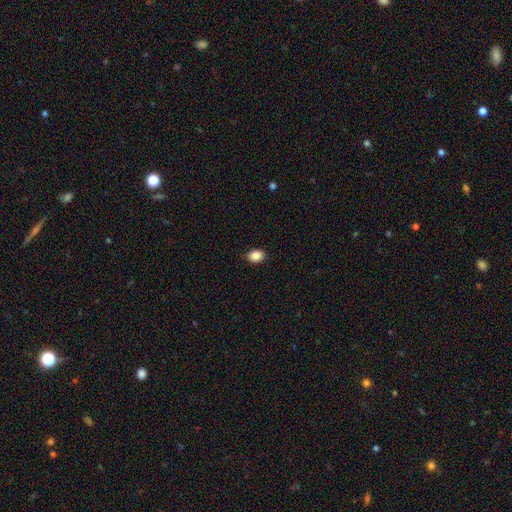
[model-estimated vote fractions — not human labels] Smooth or featured: smooth — 88% (star or artifact — 9%)
How rounded: in between — 66% (round — 33%)
Merging: none — 88% (minor disturbance — 9%)